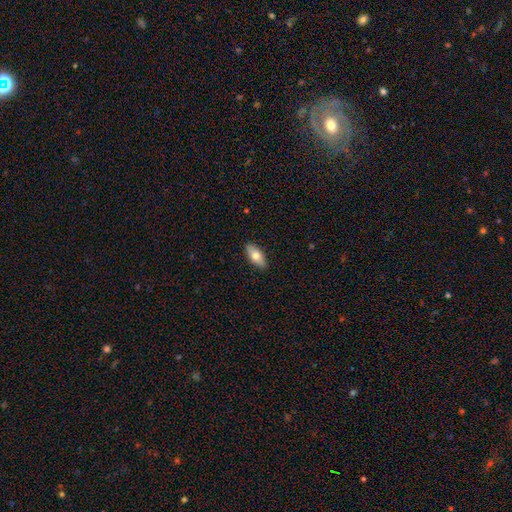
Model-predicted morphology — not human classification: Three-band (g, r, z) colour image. It shows a smooth galaxy with no disk features (72%) that is in between round and cigar-shaped (81%). Merging: none (89%).